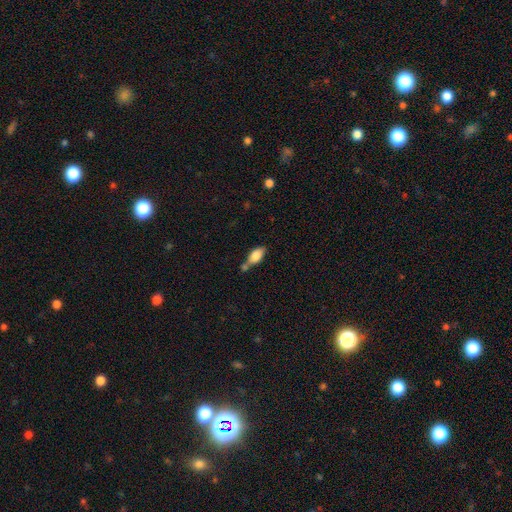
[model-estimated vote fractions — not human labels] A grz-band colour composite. It shows a smooth galaxy with no disk features (81%) that is in between round and cigar-shaped (87%). Merging: none (39%).